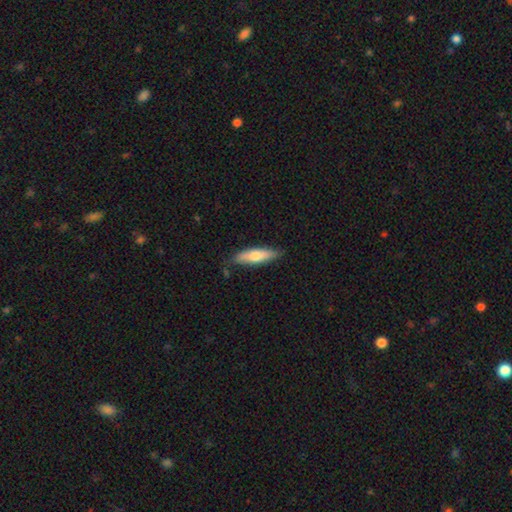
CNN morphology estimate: This appears to be a smooth galaxy with no disk features (67%) that is cigar-shaped (63%). Merging: none (80%).